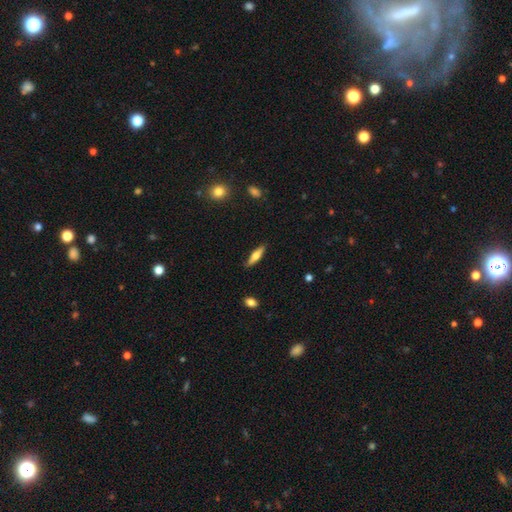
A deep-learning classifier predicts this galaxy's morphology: Q: Smooth or featured?
A: smooth (55%); runner-up: featured or disk (39%)
Q: How rounded?
A: cigar-shaped (69%); runner-up: in between (29%)
Q: Merging?
A: none (85%); runner-up: minor disturbance (12%)